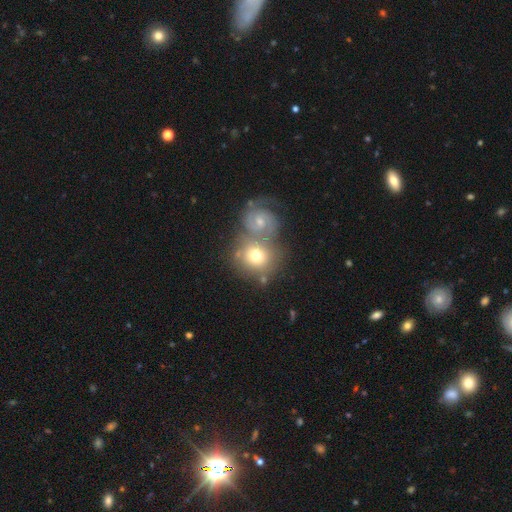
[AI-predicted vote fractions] This is possibly a smooth galaxy (48%). Merging: marginally merger (44%).